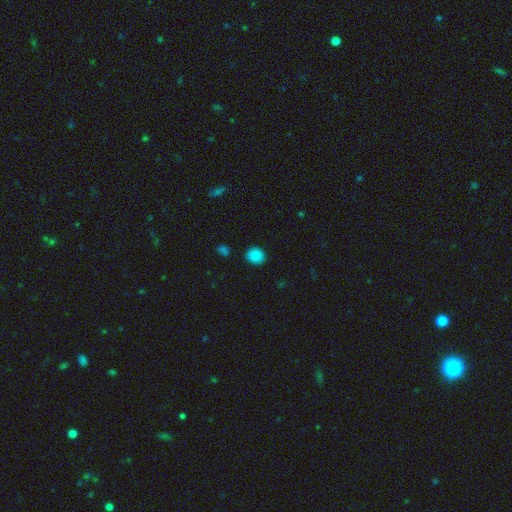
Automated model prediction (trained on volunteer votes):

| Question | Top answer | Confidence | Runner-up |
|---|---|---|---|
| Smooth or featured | smooth | 86% | star or artifact (10%) |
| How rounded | round | 75% | in between (24%) |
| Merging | none | 88% | minor disturbance (8%) |